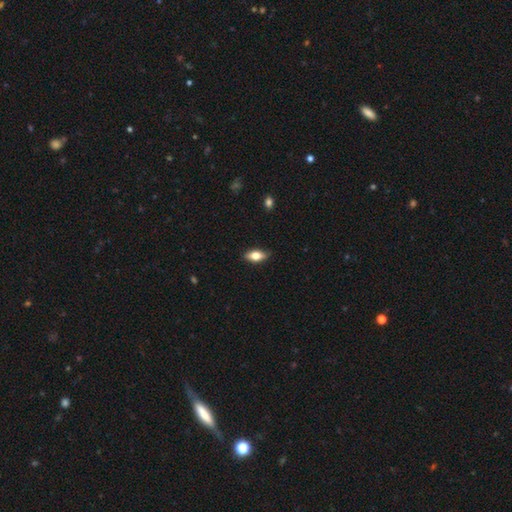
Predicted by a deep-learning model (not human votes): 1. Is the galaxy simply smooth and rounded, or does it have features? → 69% smooth, 24% featured or disk, 7% star or artifact.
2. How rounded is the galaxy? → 84% in between, 12% cigar-shaped, 4% round.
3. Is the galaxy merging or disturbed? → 87% none, 10% minor disturbance, 2% major disturbance, 1% merger.